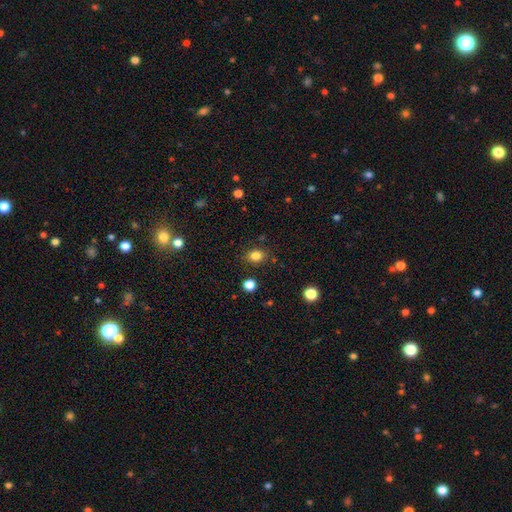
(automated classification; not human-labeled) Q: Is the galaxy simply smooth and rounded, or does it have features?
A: smooth — 83%.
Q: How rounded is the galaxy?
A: round — 54%.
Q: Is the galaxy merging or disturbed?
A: none — 84%.